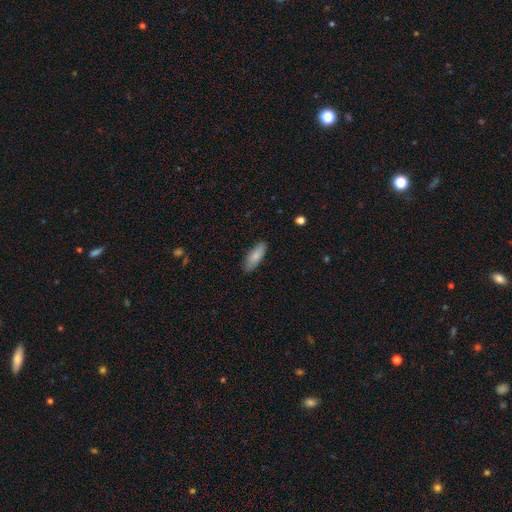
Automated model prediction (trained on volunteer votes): Smooth or featured?
  - smooth: 84% *
  - featured or disk: 10%
  - star or artifact: 6%
How rounded?
  - in between: 64% *
  - cigar-shaped: 34%
  - round: 2%
Merging?
  - none: 87% *
  - minor disturbance: 10%
  - major disturbance: 2%
  - merger: 1%